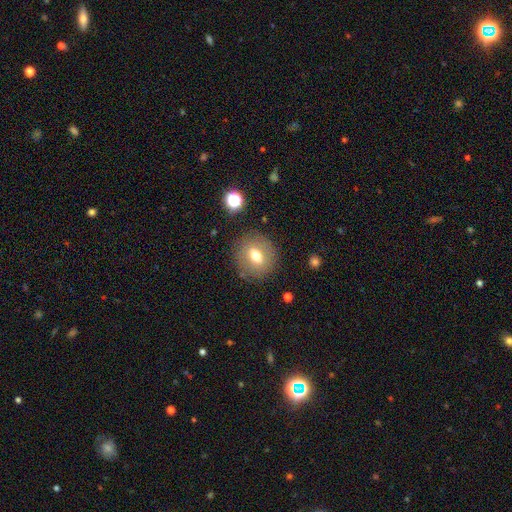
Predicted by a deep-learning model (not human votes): This appears to be a smooth galaxy with no disk features (65%) that is round (76%). Merging: none (84%).